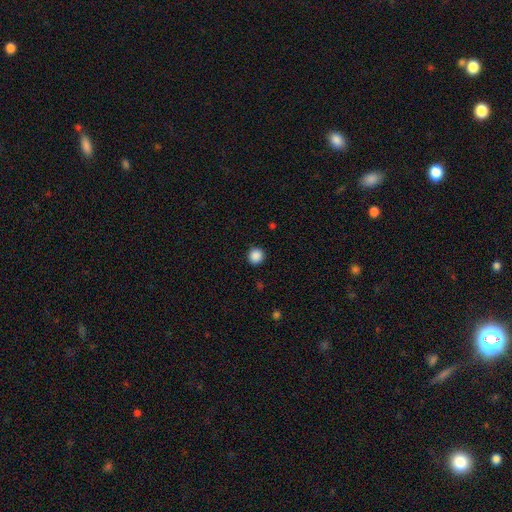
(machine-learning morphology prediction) Smooth or featured: smooth — 88% (star or artifact — 10%)
How rounded: round — 94% (in between — 5%)
Merging: none — 92% (minor disturbance — 5%)